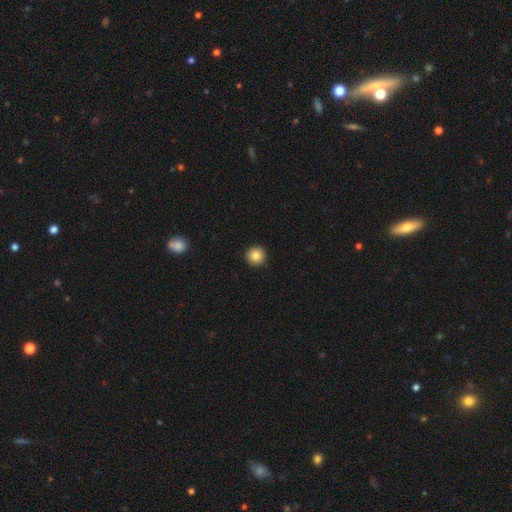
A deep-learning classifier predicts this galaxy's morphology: The model was most divided on "smooth or featured": smooth: 86%, star or artifact: 9%, featured or disk: 5%. More confident: how rounded — round (96%); merging — none (94%).